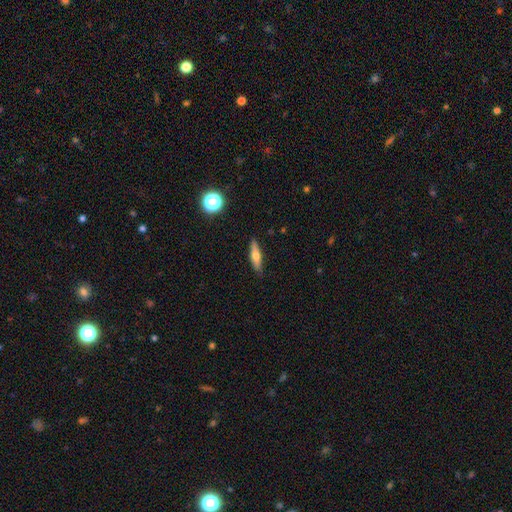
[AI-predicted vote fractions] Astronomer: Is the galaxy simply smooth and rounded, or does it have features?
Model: smooth — 51% (runner-up: featured or disk, 42%).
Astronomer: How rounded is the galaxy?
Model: cigar-shaped — 68%.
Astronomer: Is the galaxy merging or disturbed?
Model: none — 87%.